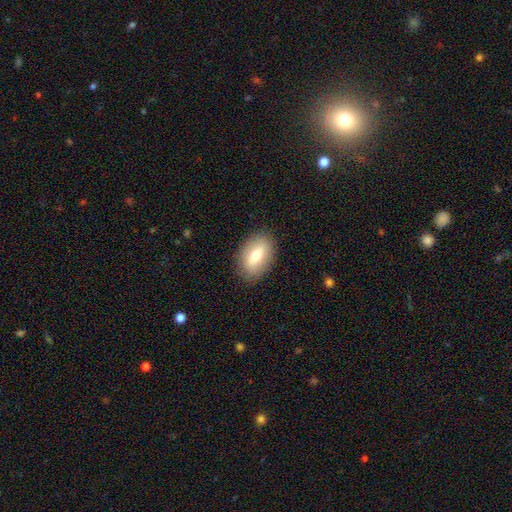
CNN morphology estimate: Smooth or featured?
  - smooth: 67% *
  - featured or disk: 26%
  - star or artifact: 8%
How rounded?
  - in between: 86% *
  - round: 12%
  - cigar-shaped: 2%
Merging?
  - none: 86% *
  - minor disturbance: 10%
  - major disturbance: 3%
  - merger: 1%